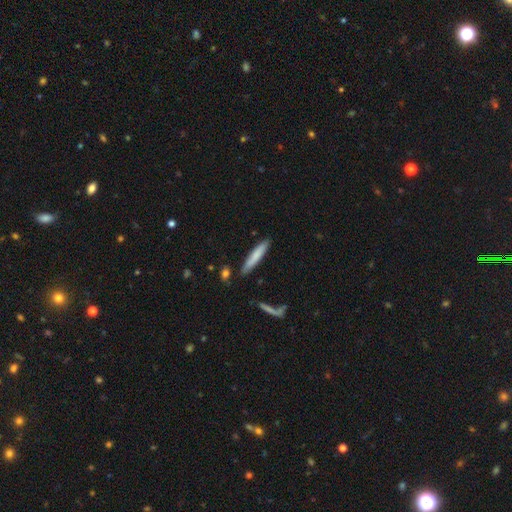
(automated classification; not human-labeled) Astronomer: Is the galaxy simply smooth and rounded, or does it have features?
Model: smooth — 75%.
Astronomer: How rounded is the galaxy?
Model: cigar-shaped — 91%.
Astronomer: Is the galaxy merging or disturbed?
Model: none — 84%.